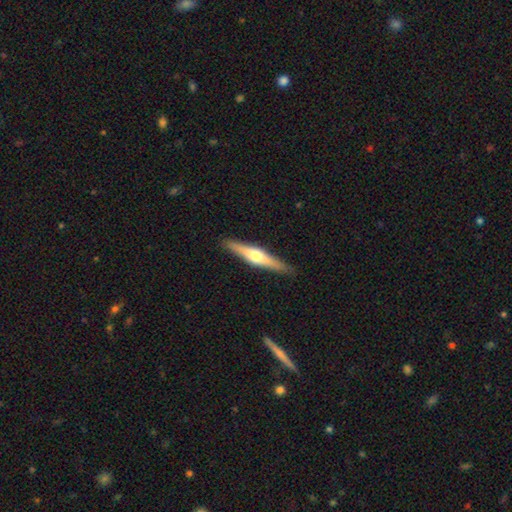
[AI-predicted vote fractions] The model was most divided on "smooth or featured": featured or disk: 64%, smooth: 31%, star or artifact: 5%. More confident: edge-on disk — yes (97%); edge-on bulge — rounded (93%); merging — none (90%).